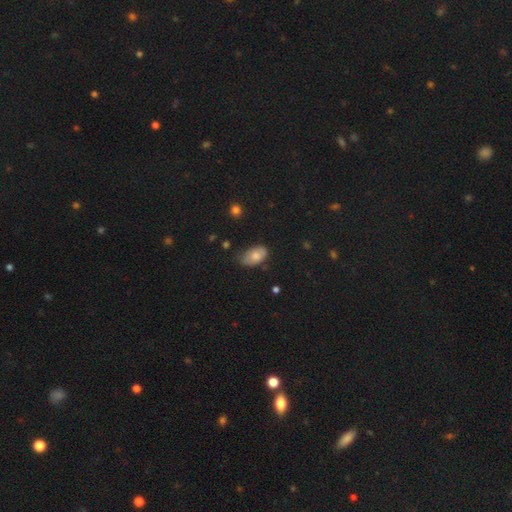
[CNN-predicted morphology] Q: Smooth or featured?
A: smooth (75%); runner-up: featured or disk (17%)
Q: How rounded?
A: in between (91%); runner-up: round (7%)
Q: Merging?
A: none (55%); runner-up: minor disturbance (35%)